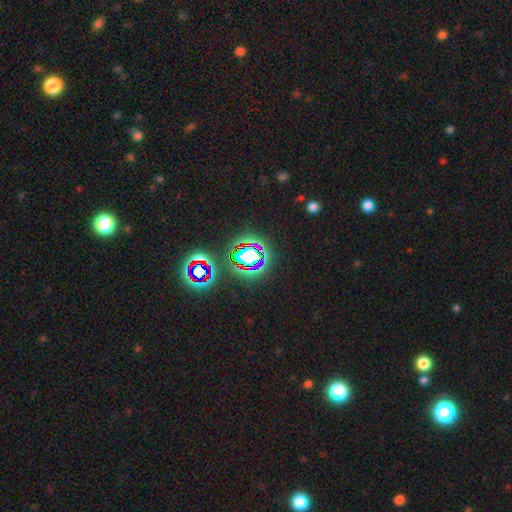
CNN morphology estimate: A star or artifact, not a galaxy (66%).